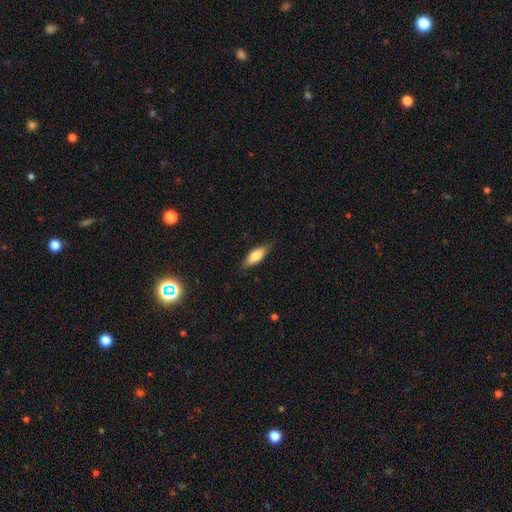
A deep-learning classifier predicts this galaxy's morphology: The model was most divided on "how rounded": in between: 64%, cigar-shaped: 34%, round: 2%. More confident: merging — none (82%); smooth or featured — smooth (76%).